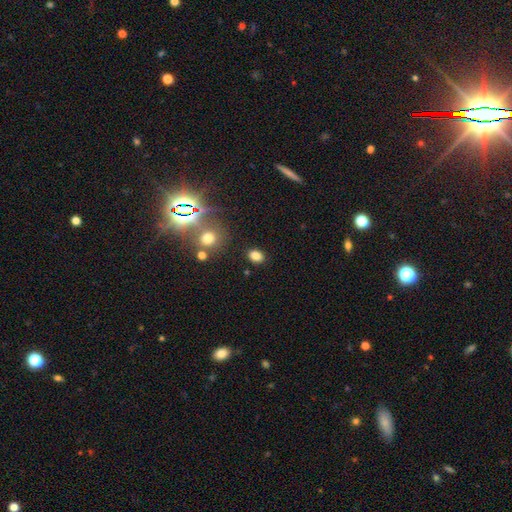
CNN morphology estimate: Overall: smooth (79%). How rounded: in between (71%). Merging: none (85%).